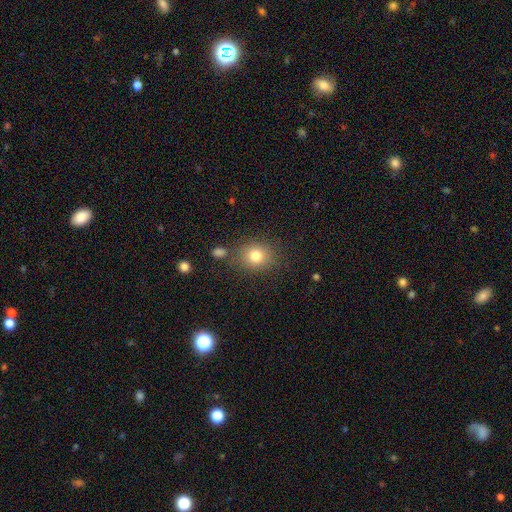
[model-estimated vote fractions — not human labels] smooth-or-featured: smooth: 80% | star or artifact: 12% | featured or disk: 9%
  how-rounded: round: 72% | in between: 27% | cigar-shaped: 1%
  merging: none: 78% | minor disturbance: 12% | merger: 6% | major disturbance: 4%